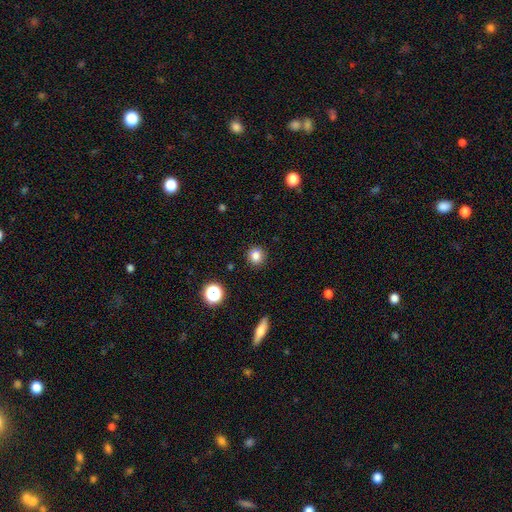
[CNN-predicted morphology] This is clearly a smooth galaxy (81%). How rounded: clearly round (89%). Merging: clearly none (88%).